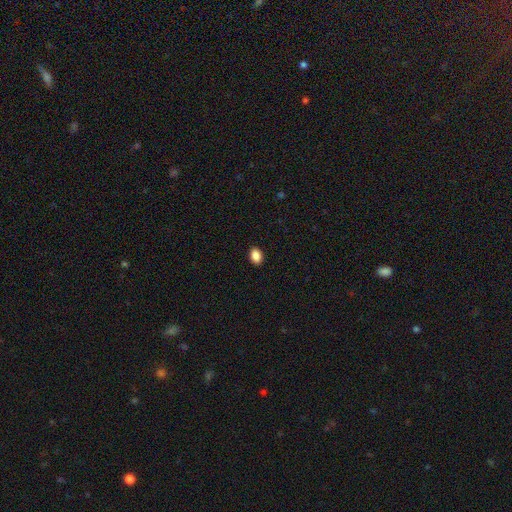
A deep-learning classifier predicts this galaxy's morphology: Smooth or featured: smooth — 88% (star or artifact — 8%)
How rounded: in between — 83% (round — 16%)
Merging: none — 91% (minor disturbance — 7%)